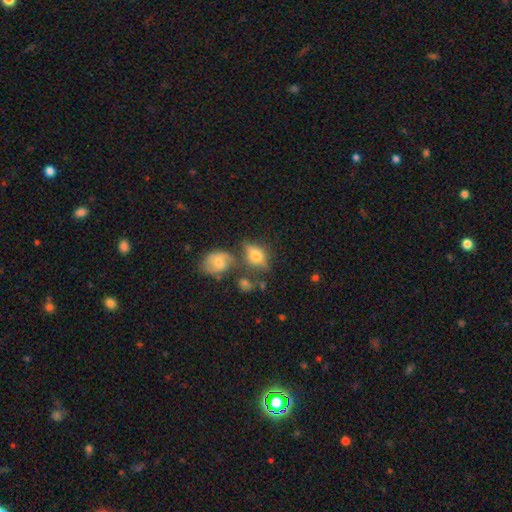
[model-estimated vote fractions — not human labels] Smooth or featured: smooth — 60% (featured or disk — 29%)
How rounded: in between — 70% (round — 27%)
Merging: none — 41% (merger — 28%)